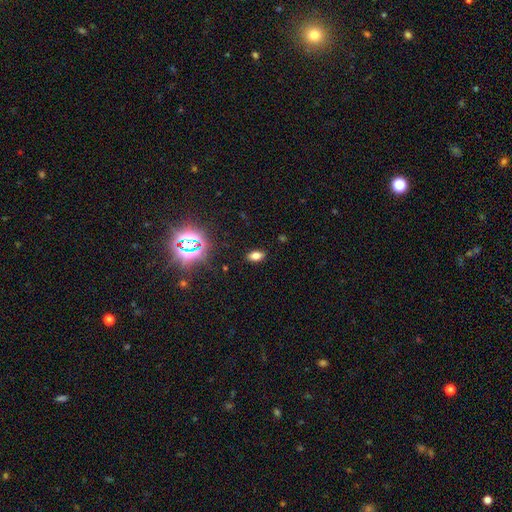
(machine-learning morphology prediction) The model was most divided on "smooth or featured": smooth: 71%, star or artifact: 21%, featured or disk: 8%. More confident: how rounded — in between (88%); merging — none (88%).